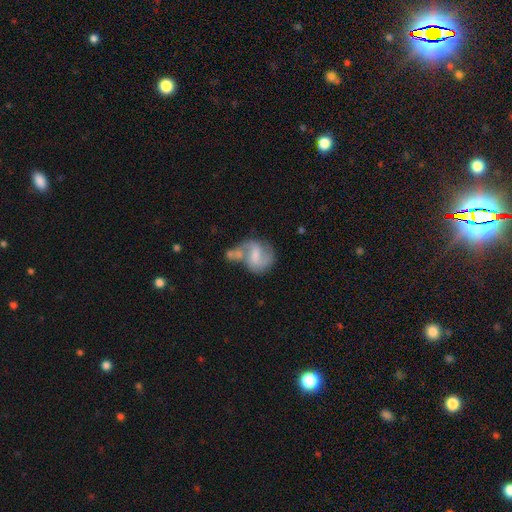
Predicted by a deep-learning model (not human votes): Smooth or featured? Predicted: featured or disk (p=0.67). Edge-on disk? Predicted: no (p=0.97). Bar? Predicted: weak (p=0.52). Spiral arms? Predicted: yes (p=0.83). Spiral winding? Predicted: medium (p=0.44). Spiral arm count? Predicted: 2 (p=0.83). Bulge size? Predicted: small (p=0.36). Merging? Predicted: none (p=0.39).